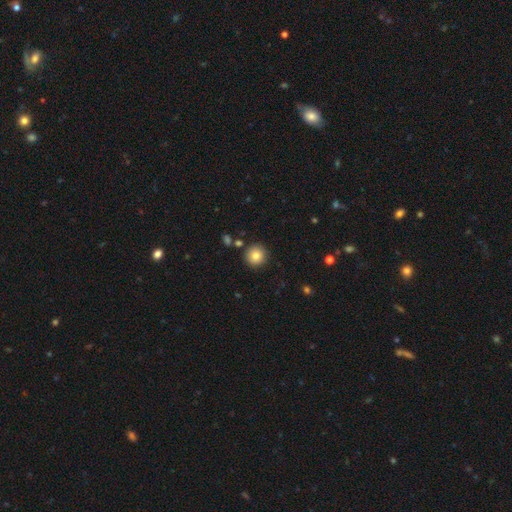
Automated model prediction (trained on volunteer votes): A smooth galaxy with no disk features (82%) that is round (95%).

Vote fractions:
- Smooth or featured? smooth: 82% / star or artifact: 10% / featured or disk: 8%
- How rounded? round: 95% / in between: 5% / cigar-shaped: 1%
- Merging? none: 88% / minor disturbance: 7% / merger: 3% / major disturbance: 2%